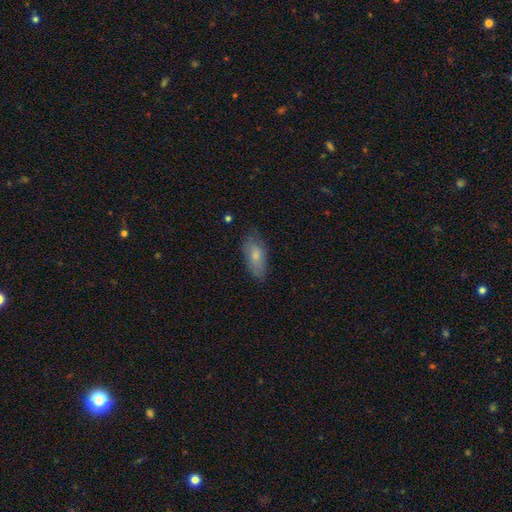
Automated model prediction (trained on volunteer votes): A smooth galaxy with no disk features (74%) that is in between round and cigar-shaped (84%).

Vote fractions:
- Smooth or featured? smooth: 74% / featured or disk: 19% / star or artifact: 7%
- How rounded? in between: 84% / cigar-shaped: 13% / round: 3%
- Merging? none: 68% / minor disturbance: 25% / major disturbance: 6% / merger: 1%